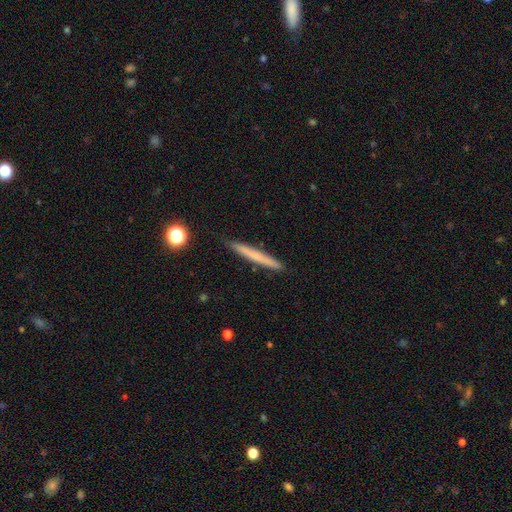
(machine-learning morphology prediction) type=smooth (62%); roundness=cigar-shaped (97%); merging=none (91%).